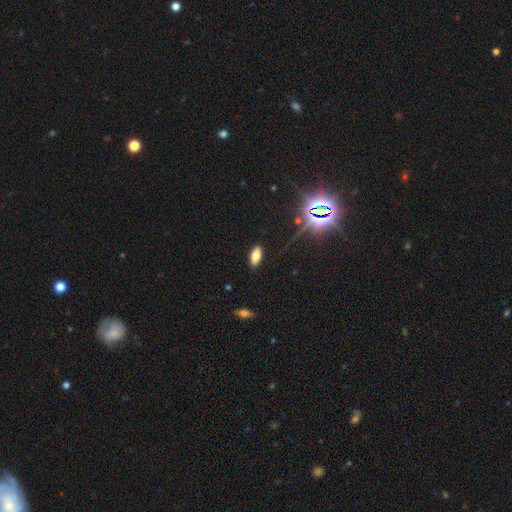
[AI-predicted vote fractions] A smooth galaxy with no disk features (71%) that is in between round and cigar-shaped (81%).

Vote fractions:
- Smooth or featured? smooth: 71% / featured or disk: 15% / star or artifact: 14%
- How rounded? in between: 81% / cigar-shaped: 17% / round: 3%
- Merging? none: 87% / minor disturbance: 9% / major disturbance: 2% / merger: 1%